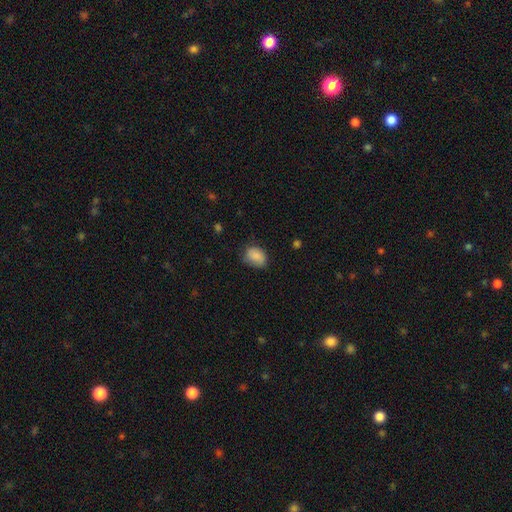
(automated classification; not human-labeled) A smooth galaxy with no disk features (86%) that is in between round and cigar-shaped (68%).

Vote fractions:
- Smooth or featured? smooth: 86% / star or artifact: 8% / featured or disk: 6%
- How rounded? in between: 68% / round: 31% / cigar-shaped: 1%
- Merging? none: 67% / minor disturbance: 26% / major disturbance: 6% / merger: 1%